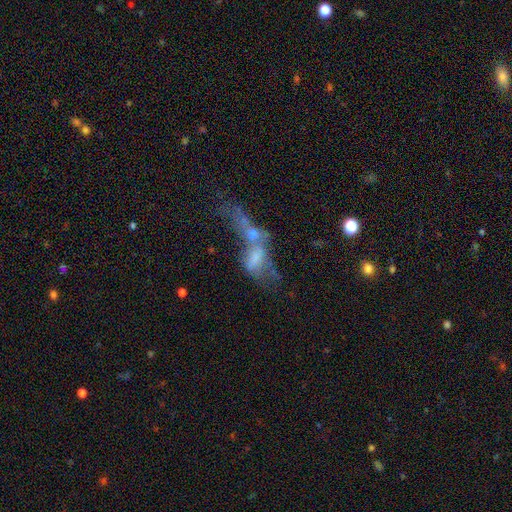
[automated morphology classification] Smooth or featured: featured or disk — 46% (smooth — 39%)
Merging: merger — 61% (major disturbance — 23%)